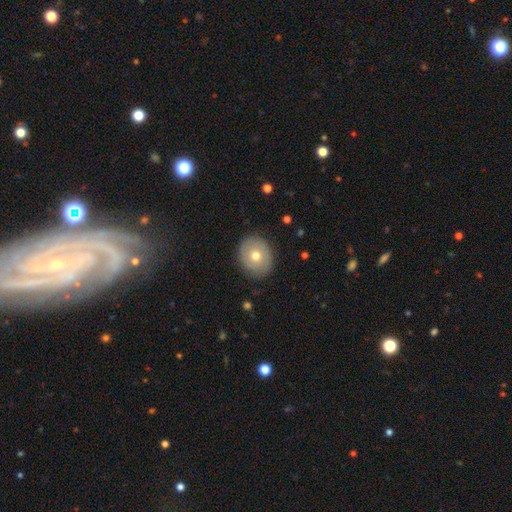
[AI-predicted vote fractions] A smooth galaxy with no disk features (62%) that is round (67%). Merging: none (85%).